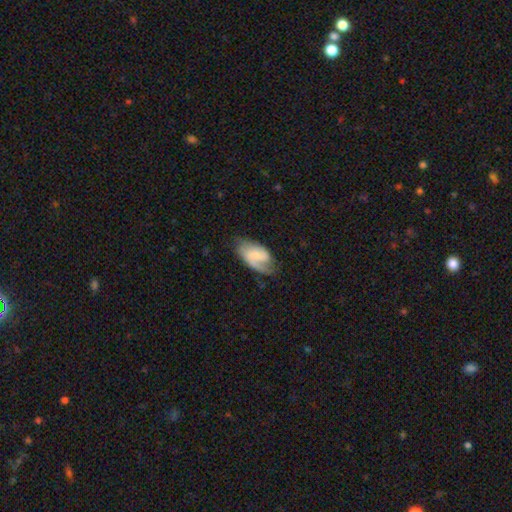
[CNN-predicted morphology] A featured or disk galaxy (60%) with no bar (45%), 2 (46%) medium (43%) spiral arms (89%) and a small central bulge (42%).

Vote fractions:
- Smooth or featured? featured or disk: 60% / smooth: 33% / star or artifact: 7%
- Edge-on disk? no: 96% / yes: 4%
- Bar? no: 45% / weak: 43% / strong: 12%
- Spiral arms? yes: 89% / no: 11%
- Spiral winding? medium: 43% / tight: 31% / loose: 27%
- Spiral arm count? 2: 46% / 1: 37% / can't tell: 13% / 3: 3% / 4: 1% / more than 4: 1%
- Bulge size? small: 42% / none: 29% / moderate: 22% / large: 5% / dominant: 2%
- Merging? none: 54% / minor disturbance: 28% / major disturbance: 16% / merger: 2%